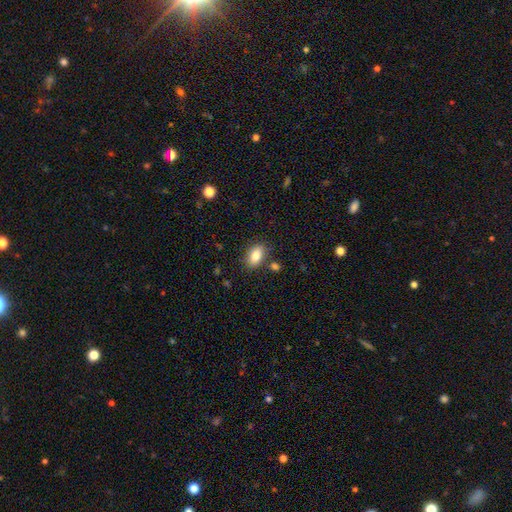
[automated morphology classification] type=smooth (84%); roundness=in between (89%); merging=none (80%).